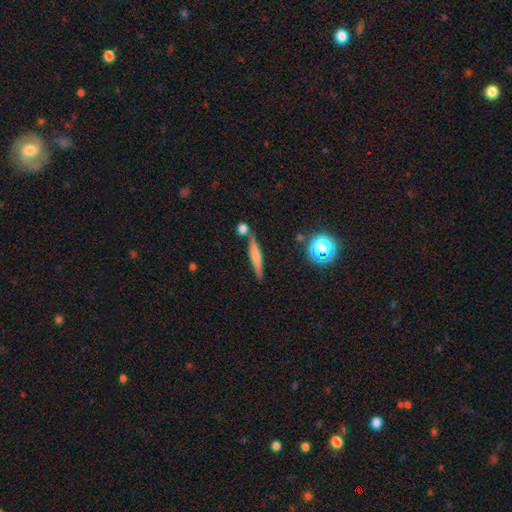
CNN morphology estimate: This is possibly a smooth galaxy (54%). How rounded: clearly cigar-shaped (88%). Merging: likely none (70%).